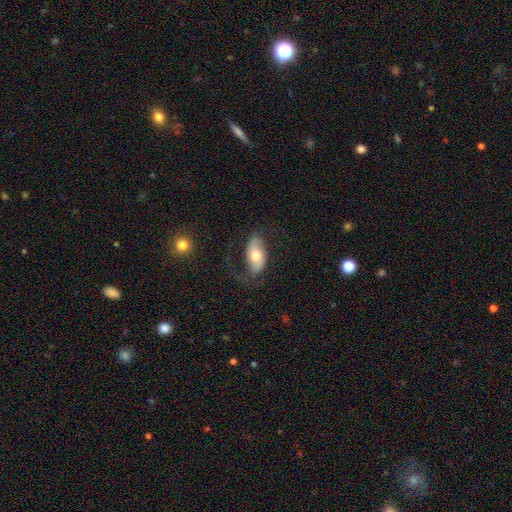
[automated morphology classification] This is possibly a featured or disk galaxy (48%). Merging: likely none (64%).